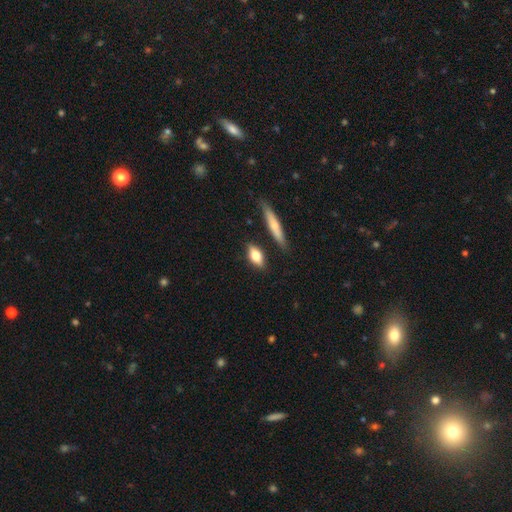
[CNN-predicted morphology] This is likely a smooth galaxy (72%). How rounded: likely in between (73%). Merging: clearly none (81%).